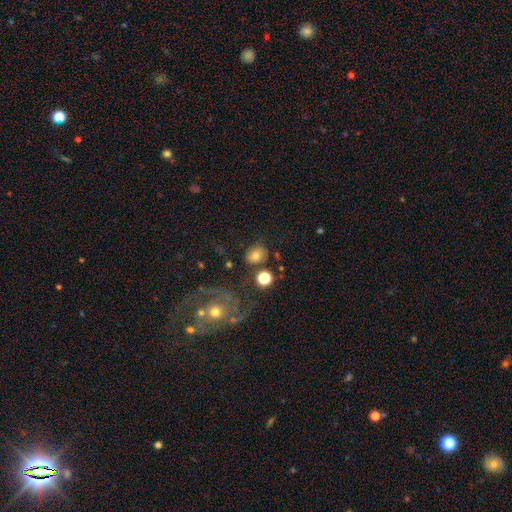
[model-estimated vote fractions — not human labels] smooth-or-featured: smooth: 72% | featured or disk: 15% | star or artifact: 13%
  how-rounded: round: 60% | in between: 39% | cigar-shaped: 1%
  merging: none: 74% | minor disturbance: 13% | merger: 7% | major disturbance: 6%